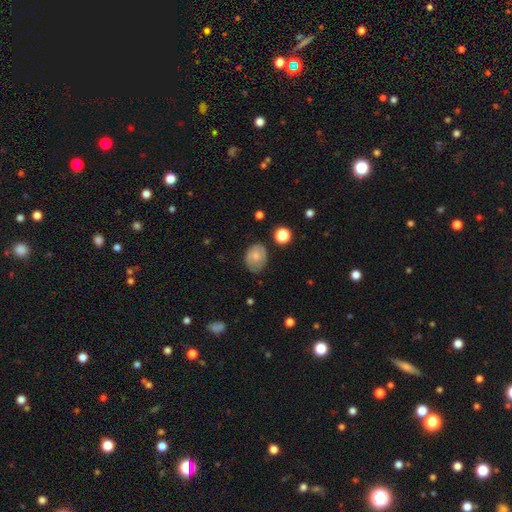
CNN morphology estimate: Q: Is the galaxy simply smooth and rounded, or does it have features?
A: smooth — 63%.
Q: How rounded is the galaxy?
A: in between — 62%.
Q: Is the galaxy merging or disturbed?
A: none — 68%.